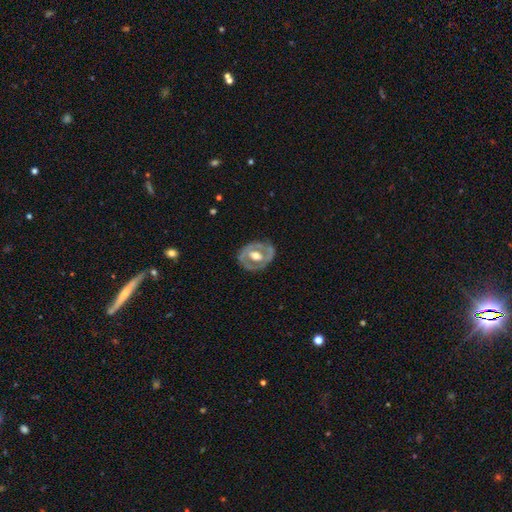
Q: Smooth or featured?
A: featured or disk (77%); runner-up: smooth (21%)
Q: Edge-on disk?
A: no (93%); runner-up: yes (7%)
Q: Bar?
A: no (50%); runner-up: weak (46%)
Q: Spiral arms?
A: no (79%); runner-up: yes (21%)
Q: Bulge size?
A: moderate (68%); runner-up: large (18%)
Q: Merging?
A: none (68%); runner-up: minor disturbance (26%)